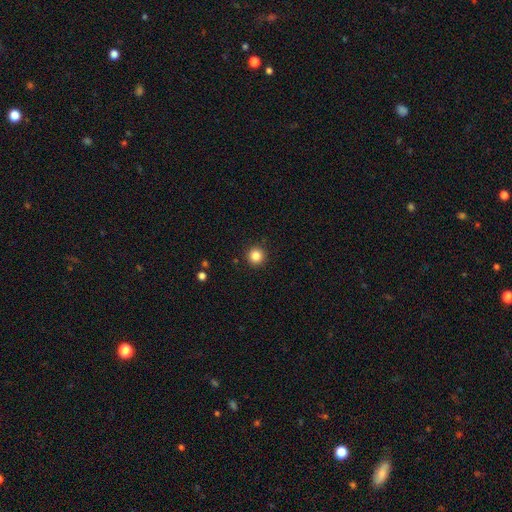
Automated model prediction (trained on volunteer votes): Morphology: type=smooth (84%); roundness=round (95%); merging=none (92%).